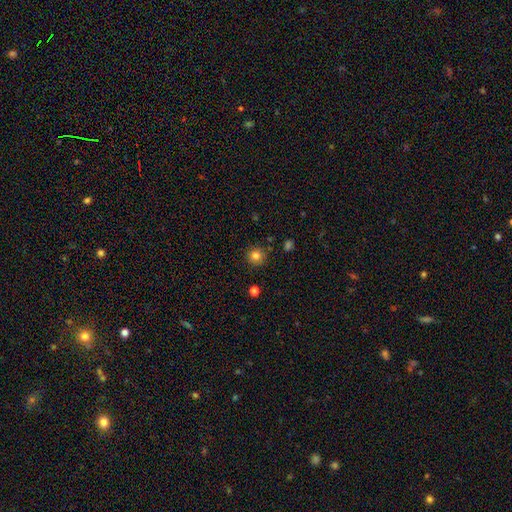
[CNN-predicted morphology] A smooth galaxy with no disk features (82%) that is round (93%). Merging: none (89%).